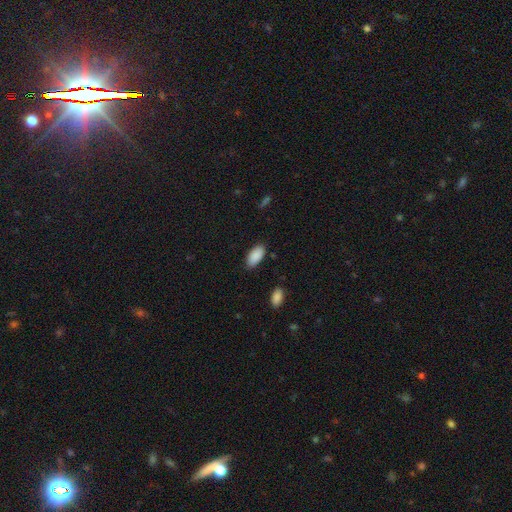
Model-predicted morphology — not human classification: A smooth galaxy with no disk features (90%) that is in between round and cigar-shaped (94%). Merging: none (86%).